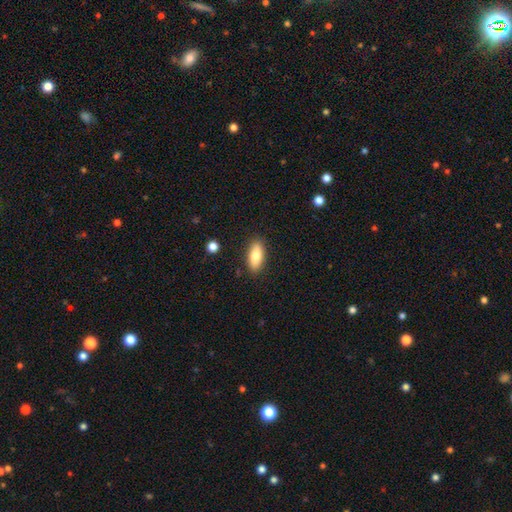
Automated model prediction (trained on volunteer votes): A smooth galaxy with no disk features (81%) that is in between round and cigar-shaped (80%).

Vote fractions:
- Smooth or featured? smooth: 81% / featured or disk: 13% / star or artifact: 7%
- How rounded? in between: 80% / cigar-shaped: 17% / round: 2%
- Merging? none: 87% / minor disturbance: 9% / major disturbance: 2% / merger: 1%